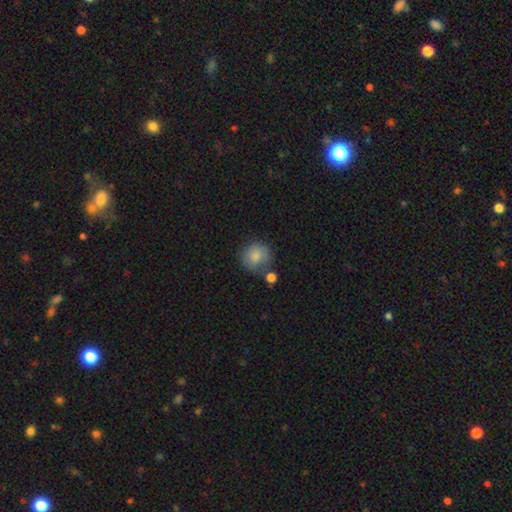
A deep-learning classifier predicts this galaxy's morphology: This is clearly a smooth galaxy (84%). How rounded: clearly round (90%). Merging: likely none (65%).